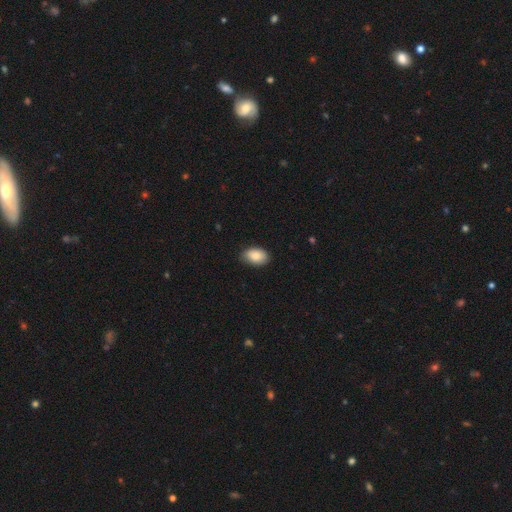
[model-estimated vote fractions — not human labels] A smooth galaxy with no disk features (86%) that is in between round and cigar-shaped (89%). Merging: none (80%).